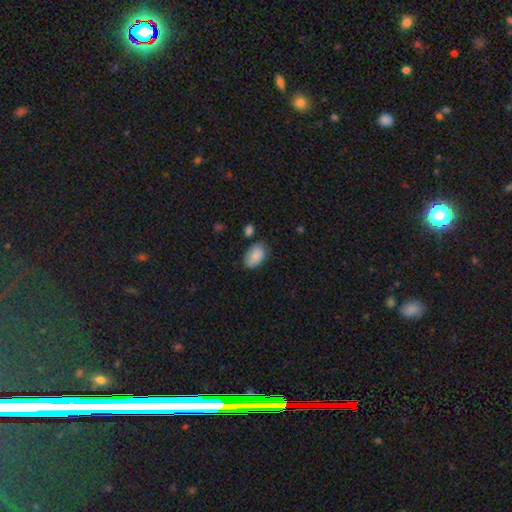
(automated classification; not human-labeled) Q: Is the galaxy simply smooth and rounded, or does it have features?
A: smooth — 85%.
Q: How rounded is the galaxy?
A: in between — 90%.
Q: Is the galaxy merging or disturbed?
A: none — 68%.